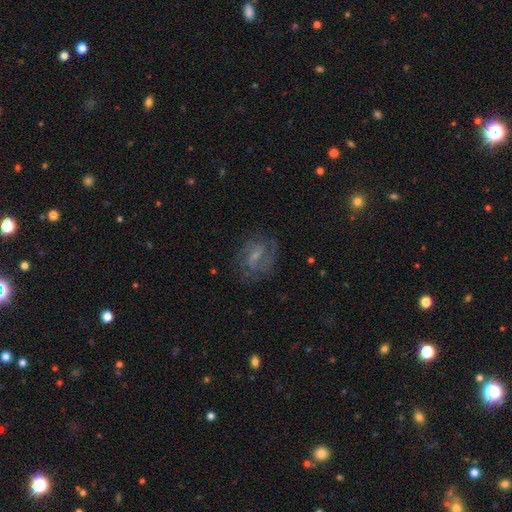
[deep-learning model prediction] Morphology: type=featured or disk (71%); edge-on=no (96%); bar=weak (56%); spiral arms=yes (87%); winding=medium (48%); arm count=2 (65%); bulge=small (55%); merging=none (69%).